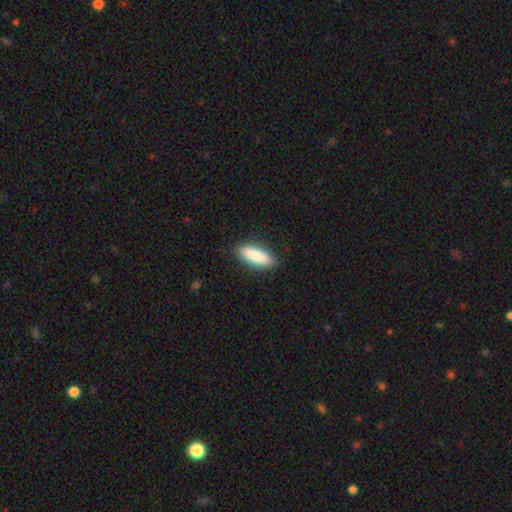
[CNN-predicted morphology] smooth 88%, featured or disk 6%, star or artifact 5%. Down the decision tree: how rounded — in between (58%); merging — none (88%).